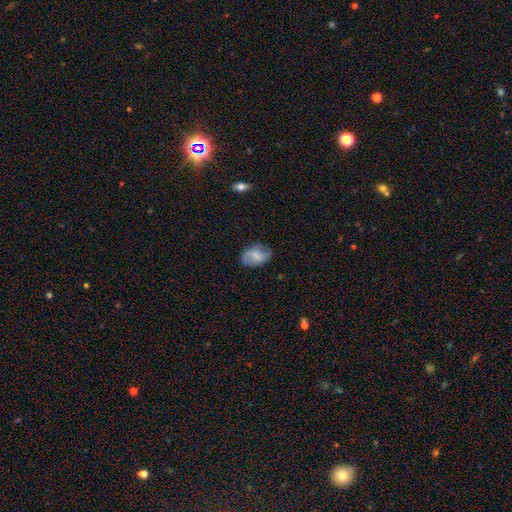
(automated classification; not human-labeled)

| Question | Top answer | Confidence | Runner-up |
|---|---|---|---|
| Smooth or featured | smooth | 56% | featured or disk (36%) |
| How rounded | in between | 83% | round (15%) |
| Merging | none | 74% | minor disturbance (20%) |